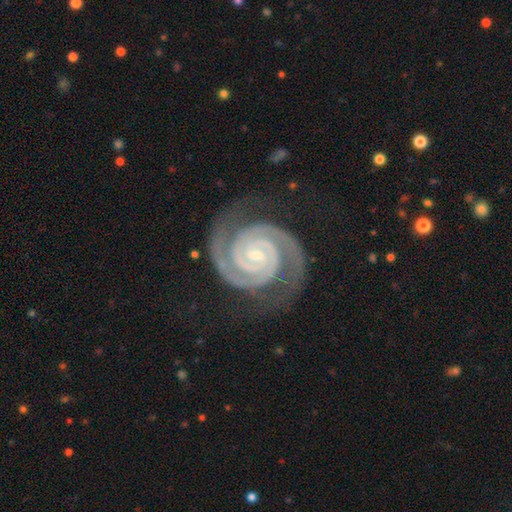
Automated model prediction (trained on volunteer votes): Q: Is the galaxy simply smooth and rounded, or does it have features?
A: featured or disk — 94%.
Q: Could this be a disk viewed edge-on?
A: no — 98%.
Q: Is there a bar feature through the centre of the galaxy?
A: no — 42%.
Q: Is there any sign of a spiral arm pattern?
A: yes — 99%.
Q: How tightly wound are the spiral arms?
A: tight — 82%.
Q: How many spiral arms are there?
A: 2 — 92%.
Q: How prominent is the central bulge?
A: small — 73%.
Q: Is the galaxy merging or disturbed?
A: none — 80%.